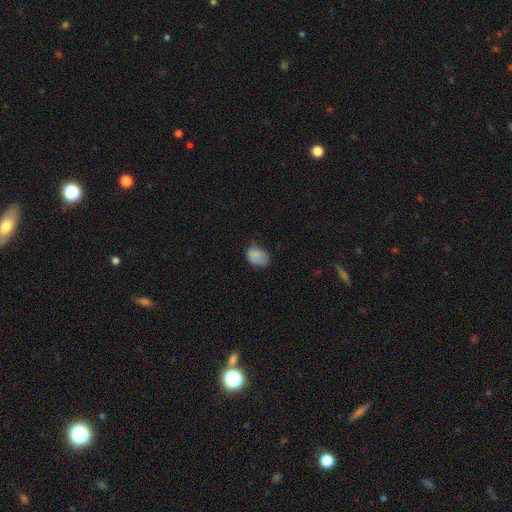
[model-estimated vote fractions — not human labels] A smooth galaxy with no disk features (80%) that is in between round and cigar-shaped (76%). Merging: none (56%).